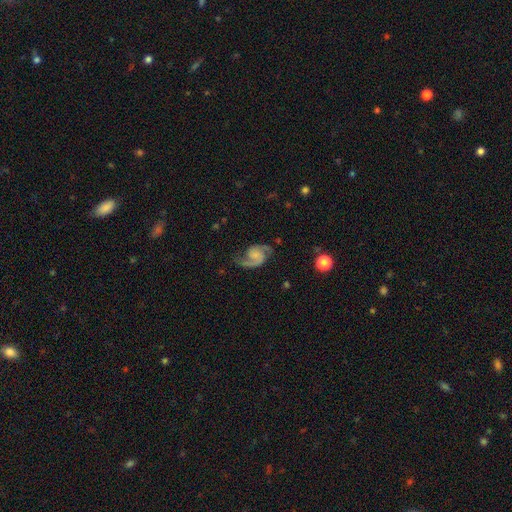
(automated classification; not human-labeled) A featured or disk galaxy (89%) with no bar (58%), 2 (91%) medium (54%) spiral arms (98%) and no central bulge (46%). Merging: none (73%).